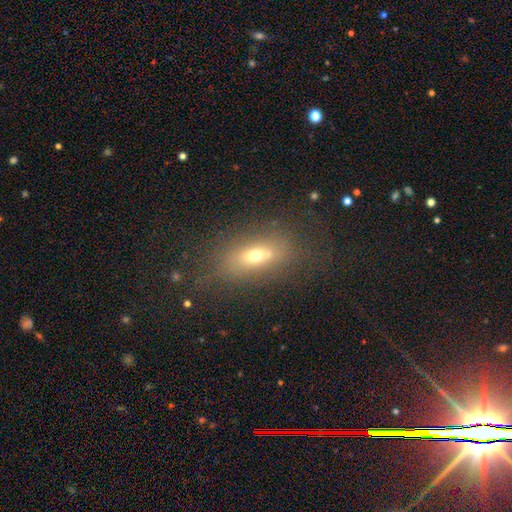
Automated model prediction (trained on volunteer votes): Smooth or featured: smooth — 58% (featured or disk — 25%)
How rounded: in between — 72% (cigar-shaped — 15%)
Merging: none — 64% (minor disturbance — 17%)